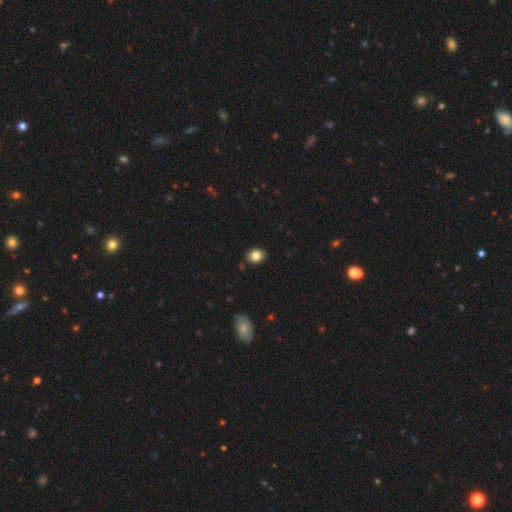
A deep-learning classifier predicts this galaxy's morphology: This is clearly a smooth galaxy (83%). How rounded: possibly in between (56%). Merging: clearly none (86%).